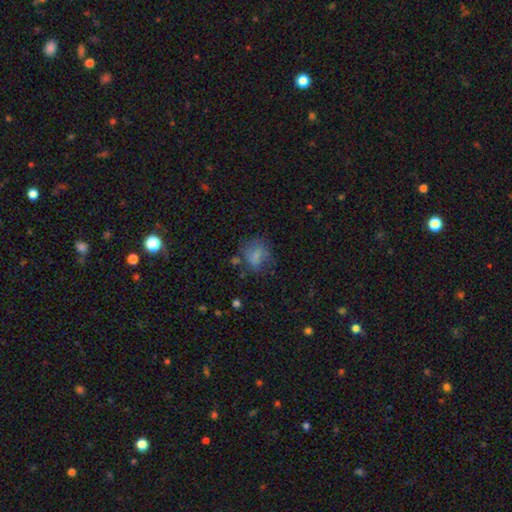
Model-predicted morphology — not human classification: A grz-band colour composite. It shows a smooth galaxy with no disk features (63%) that is in between round and cigar-shaped (51%). Merging: none (48%).